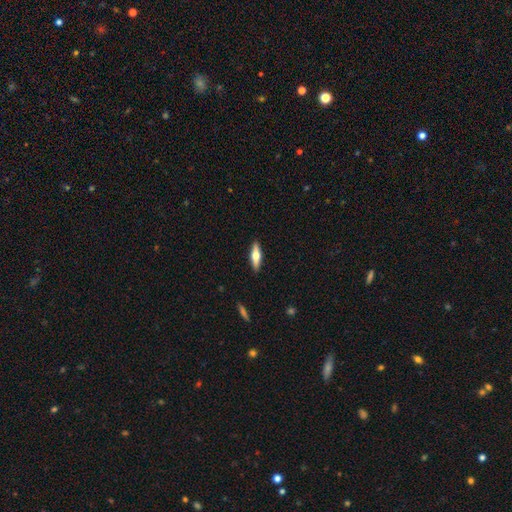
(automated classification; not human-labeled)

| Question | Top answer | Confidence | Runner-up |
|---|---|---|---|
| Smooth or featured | featured or disk | 49% | smooth (46%) |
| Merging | none | 90% | minor disturbance (7%) |